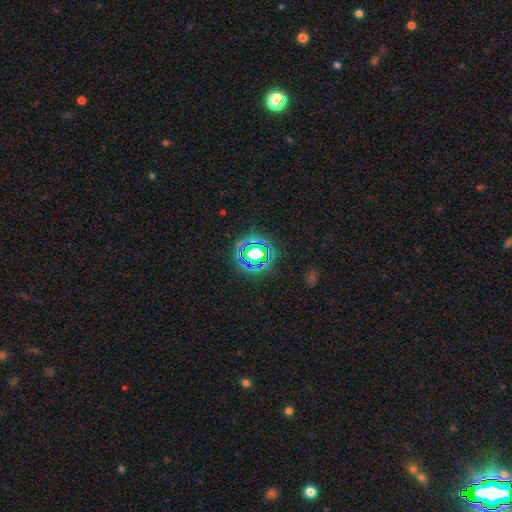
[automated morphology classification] This is likely a star or artifact rather than a galaxy (64%).